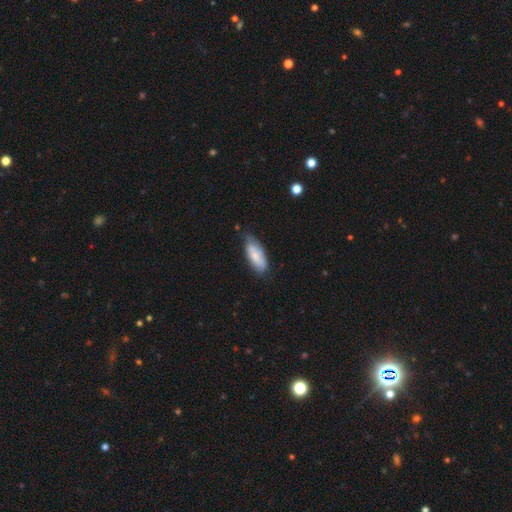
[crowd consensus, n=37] A smooth galaxy with no disk features (70%) that is in between round and cigar-shaped (69%).

Vote fractions:
- Smooth or featured? smooth: 70% / featured or disk: 22% / star or artifact: 8%
- How rounded? in between: 69% / cigar-shaped: 27% / round: 4%
- Merging? none: 74% / minor disturbance: 24% / major disturbance: 3% / merger: 0%